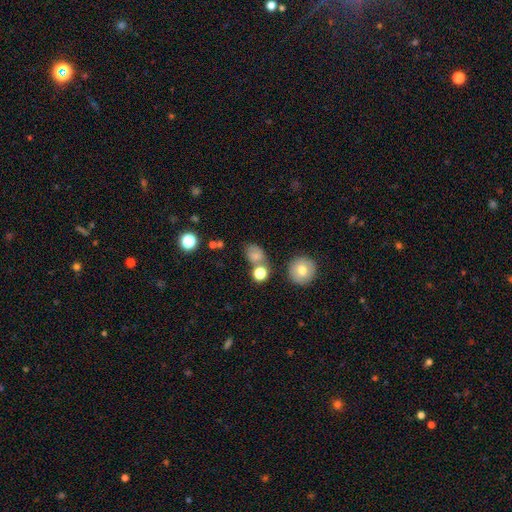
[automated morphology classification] smooth 73%, star or artifact 14%, featured or disk 12%. Down the decision tree: how rounded — in between (57%); merging — none (58%).